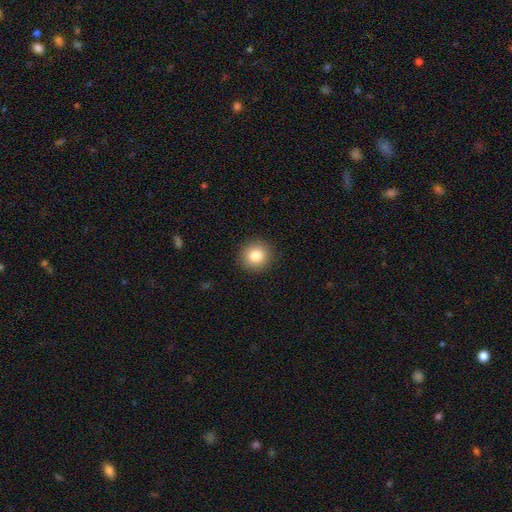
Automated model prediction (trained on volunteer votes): Overall: smooth (84%). How rounded: round (90%). Merging: none (91%).